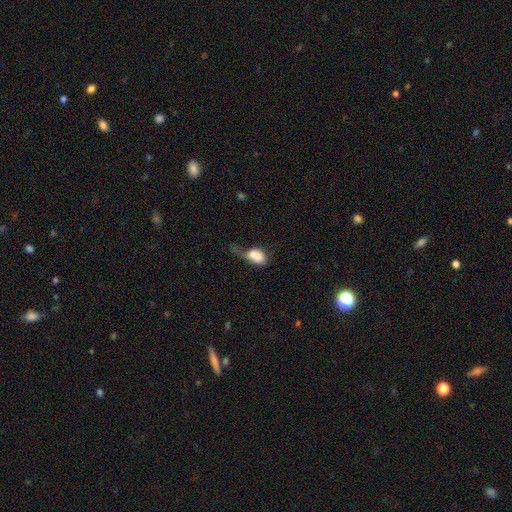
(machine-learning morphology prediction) This appears to be a smooth galaxy with no disk features (70%) that is in between round and cigar-shaped (67%). Merging: merger (48%).